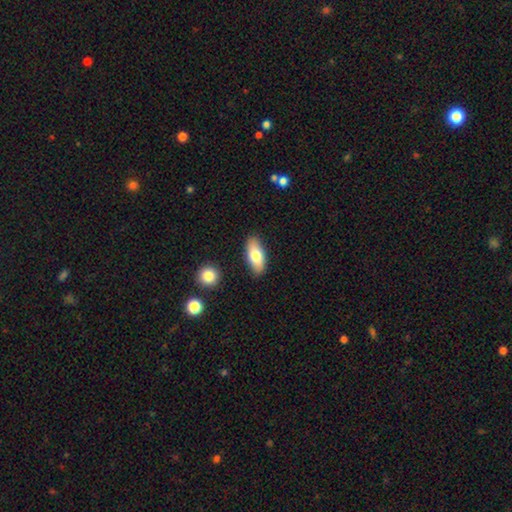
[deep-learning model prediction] smooth 76%, featured or disk 18%, star or artifact 6%. Down the decision tree: how rounded — in between (85%); merging — none (86%).